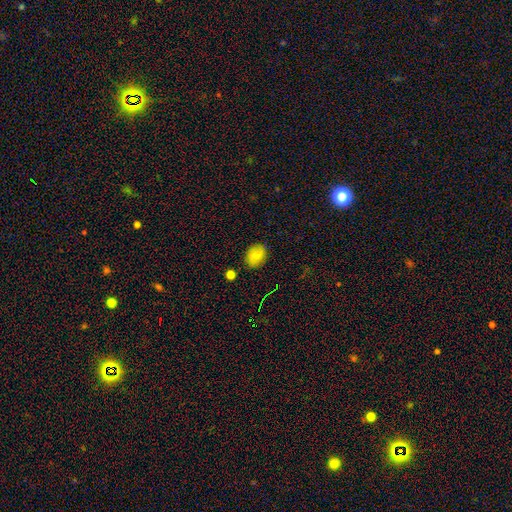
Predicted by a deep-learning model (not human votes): Q: Smooth or featured?
A: smooth (79%); runner-up: featured or disk (11%)
Q: How rounded?
A: in between (60%); runner-up: round (39%)
Q: Merging?
A: none (86%); runner-up: minor disturbance (10%)